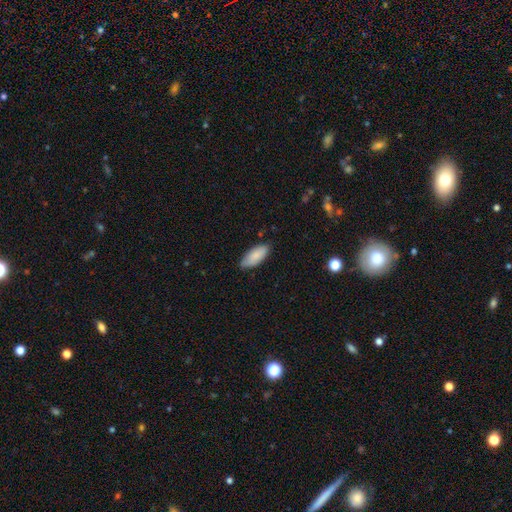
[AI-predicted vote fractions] smooth-or-featured: smooth: 86% | featured or disk: 8% | star or artifact: 6%
  how-rounded: in between: 85% | cigar-shaped: 13% | round: 2%
  merging: none: 79% | minor disturbance: 17% | major disturbance: 2% | merger: 1%